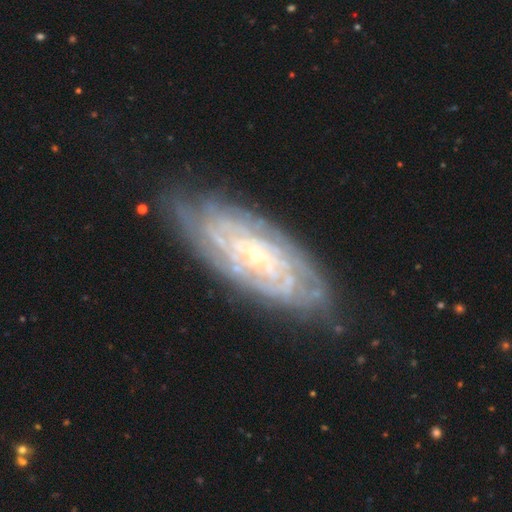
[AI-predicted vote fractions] Q: Smooth or featured?
A: featured or disk (85%); runner-up: smooth (9%)
Q: Edge-on disk?
A: no (90%); runner-up: yes (10%)
Q: Bar?
A: no (71%); runner-up: weak (22%)
Q: Spiral arms?
A: yes (95%); runner-up: no (5%)
Q: Spiral winding?
A: tight (81%); runner-up: medium (15%)
Q: Spiral arm count?
A: can't tell (44%); runner-up: 4 (14%)
Q: Bulge size?
A: small (79%); runner-up: moderate (17%)
Q: Merging?
A: none (77%); runner-up: minor disturbance (17%)